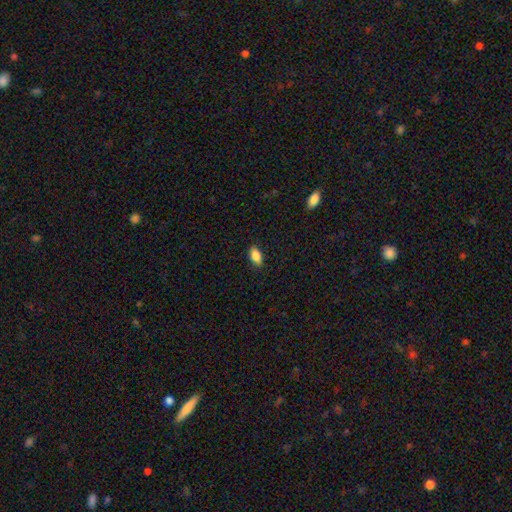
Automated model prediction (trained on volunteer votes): A smooth galaxy with no disk features (86%) that is in between round and cigar-shaped (90%).

Vote fractions:
- Smooth or featured? smooth: 86% / star or artifact: 7% / featured or disk: 6%
- How rounded? in between: 90% / cigar-shaped: 5% / round: 5%
- Merging? none: 87% / minor disturbance: 10% / major disturbance: 2% / merger: 1%